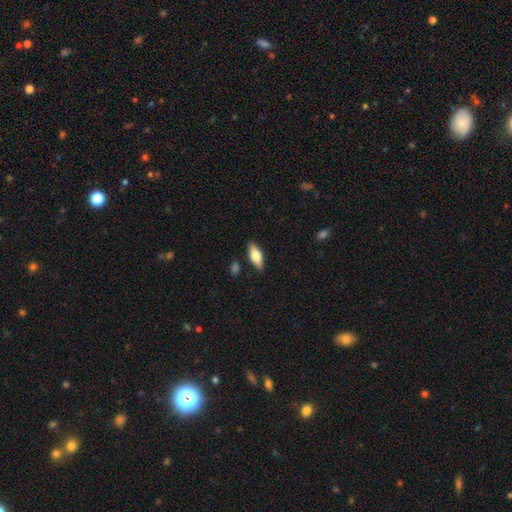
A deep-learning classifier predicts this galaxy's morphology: Overall: smooth (70%). How rounded: in between (75%). Merging: none (85%).